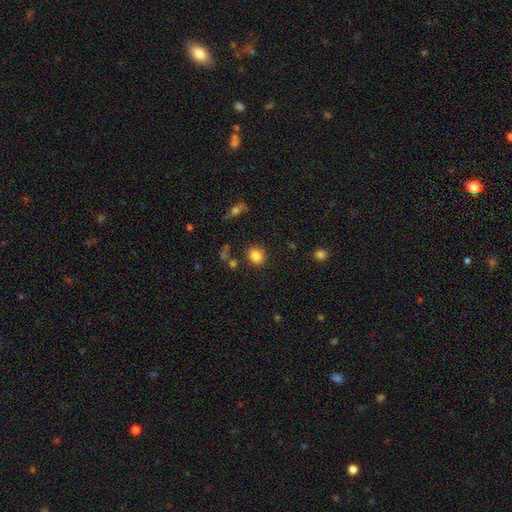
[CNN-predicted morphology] This is clearly a smooth galaxy (84%). How rounded: likely round (74%). Merging: clearly none (84%).